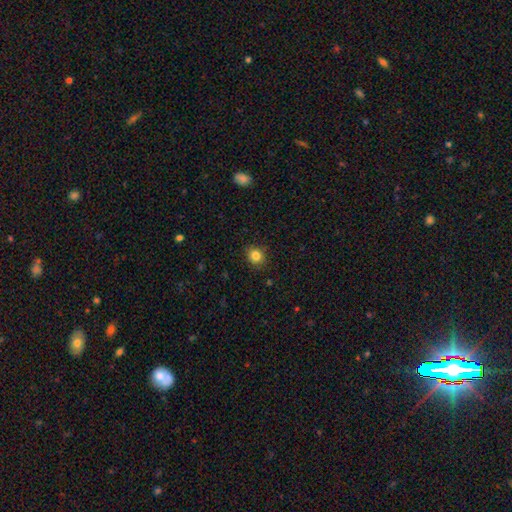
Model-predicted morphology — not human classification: smooth 84%, star or artifact 11%, featured or disk 5%. Down the decision tree: how rounded — round (73%); merging — none (88%).